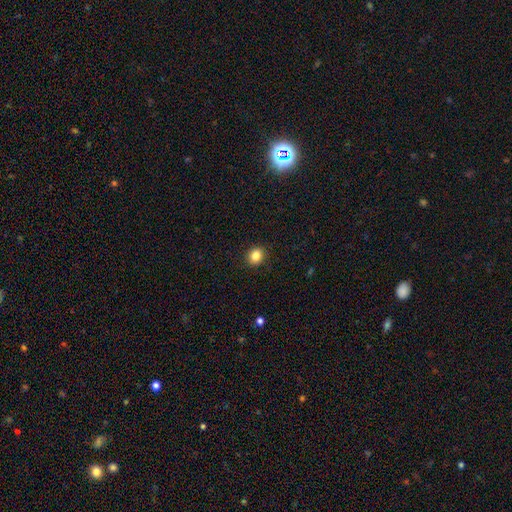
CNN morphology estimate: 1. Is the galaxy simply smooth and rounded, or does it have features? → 85% smooth, 10% star or artifact, 5% featured or disk.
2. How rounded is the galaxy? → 67% round, 32% in between, 1% cigar-shaped.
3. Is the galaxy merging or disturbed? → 91% none, 6% minor disturbance, 2% major disturbance, 1% merger.